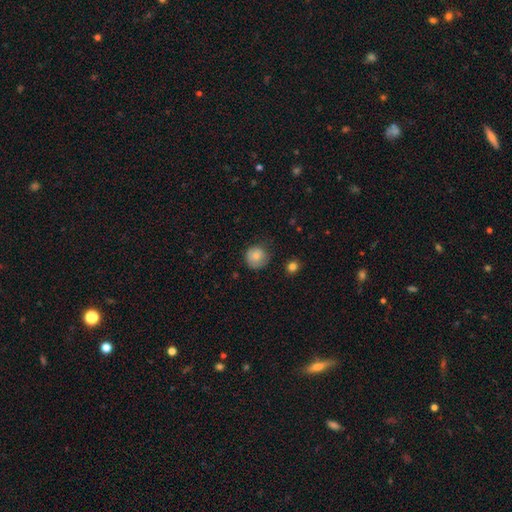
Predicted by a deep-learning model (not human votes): A smooth galaxy with no disk features (80%) that is round (88%). Merging: none (66%).